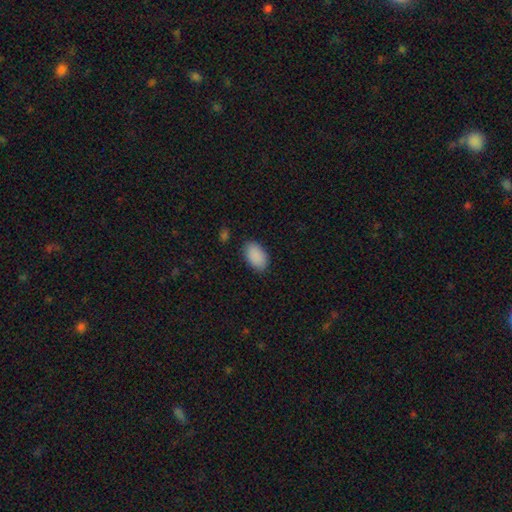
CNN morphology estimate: A smooth galaxy with no disk features (91%) that is in between round and cigar-shaped (94%).

Vote fractions:
- Smooth or featured? smooth: 91% / star or artifact: 6% / featured or disk: 3%
- How rounded? in between: 94% / round: 5% / cigar-shaped: 1%
- Merging? none: 86% / minor disturbance: 10% / major disturbance: 2% / merger: 1%